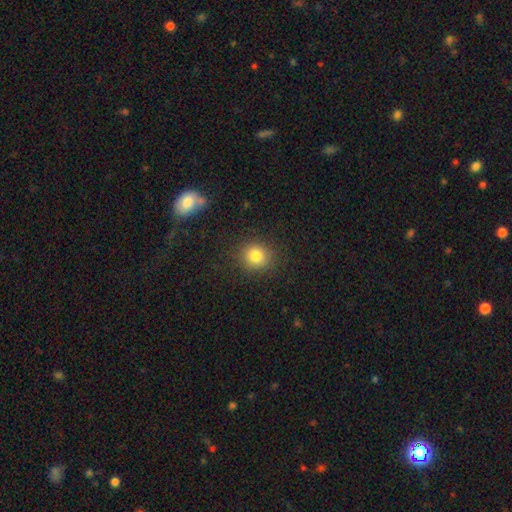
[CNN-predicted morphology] smooth_or_featured: smooth (p=0.82) [alt: star or artifact p=0.12]
how_rounded: round (p=0.84) [alt: in between p=0.15]
merging: none (p=0.87) [alt: minor disturbance p=0.09]